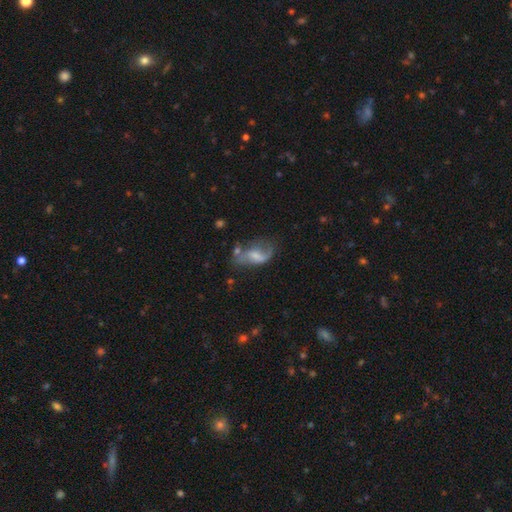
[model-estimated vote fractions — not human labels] Smooth or featured? Predicted: featured or disk (p=0.62). Edge-on disk? Predicted: no (p=0.95). Bar? Predicted: weak (p=0.47). Spiral arms? Predicted: yes (p=0.81). Bulge size? Predicted: small (p=0.36). Merging? Predicted: none (p=0.41).